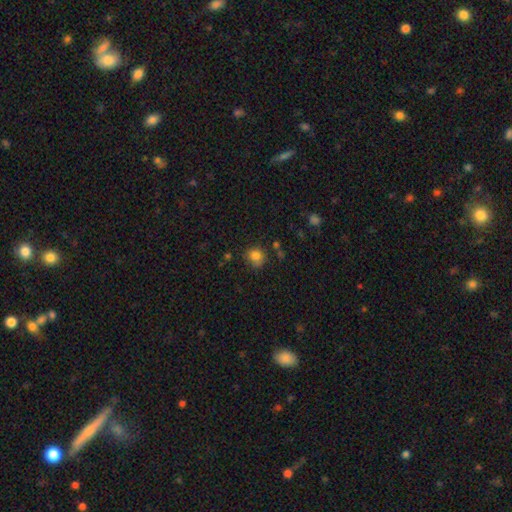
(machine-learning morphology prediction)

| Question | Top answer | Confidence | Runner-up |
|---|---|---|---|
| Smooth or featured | smooth | 81% | star or artifact (12%) |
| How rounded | round | 82% | in between (17%) |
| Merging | none | 65% | minor disturbance (21%) |